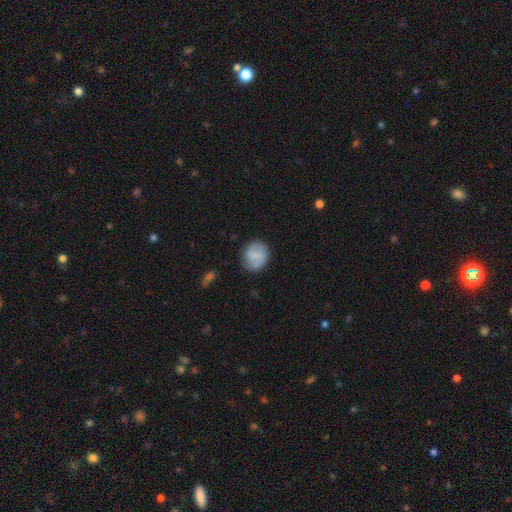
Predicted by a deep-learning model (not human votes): The model was most divided on "smooth or featured": smooth: 69%, featured or disk: 24%, star or artifact: 7%. More confident: how rounded — round (84%); merging — none (82%).